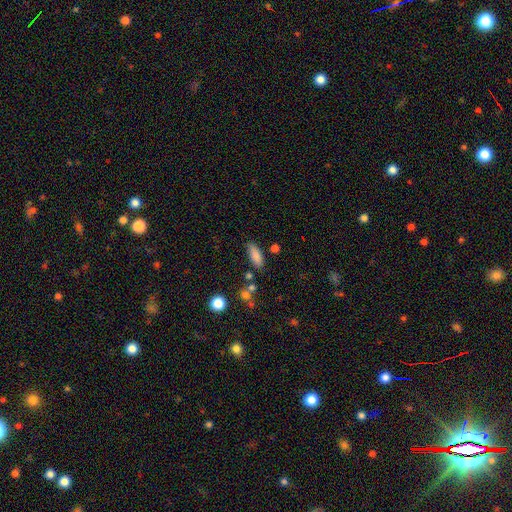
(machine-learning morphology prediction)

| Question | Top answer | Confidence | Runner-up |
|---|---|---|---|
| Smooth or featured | smooth | 84% | star or artifact (8%) |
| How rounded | in between | 72% | cigar-shaped (25%) |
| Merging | none | 76% | minor disturbance (15%) |